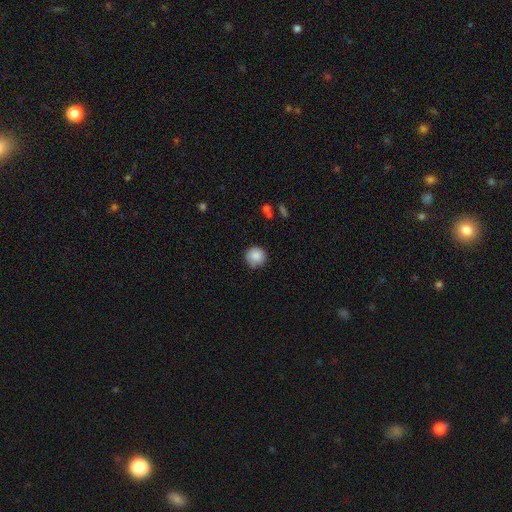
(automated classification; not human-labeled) Smooth or featured?
  - smooth: 87% *
  - star or artifact: 8%
  - featured or disk: 5%
How rounded?
  - round: 94% *
  - in between: 5%
  - cigar-shaped: 1%
Merging?
  - none: 82% *
  - minor disturbance: 14%
  - major disturbance: 3%
  - merger: 2%